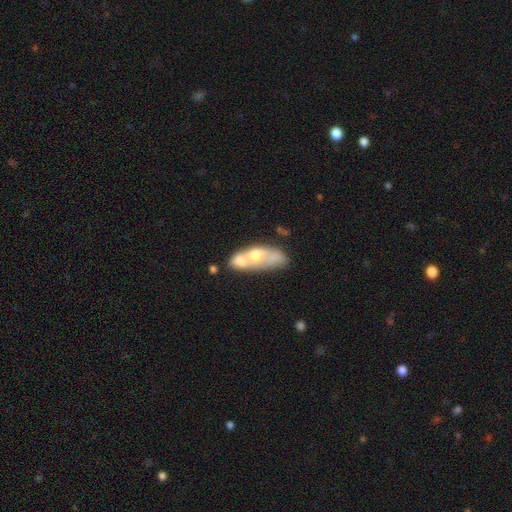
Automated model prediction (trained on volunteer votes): Morphology: type=smooth (48%); merging=merger (64%).